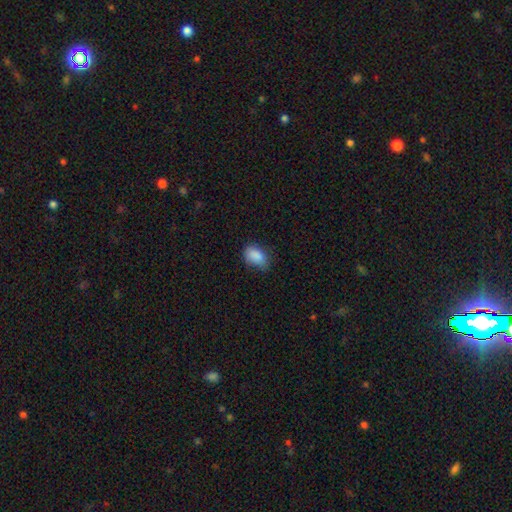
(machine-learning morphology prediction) Q: Smooth or featured?
A: smooth (88%); runner-up: star or artifact (8%)
Q: How rounded?
A: in between (89%); runner-up: round (10%)
Q: Merging?
A: none (67%); runner-up: minor disturbance (27%)